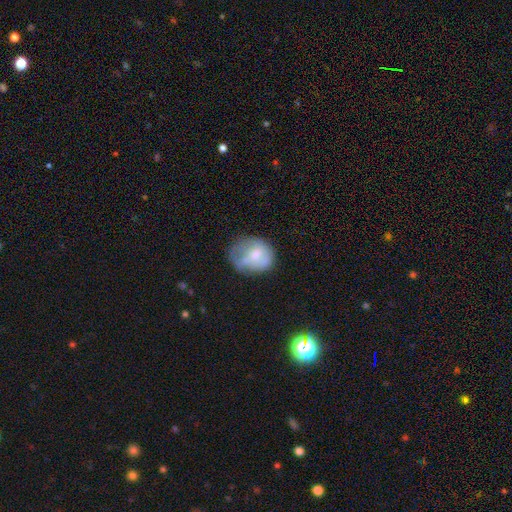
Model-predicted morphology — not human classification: smooth_or_featured: smooth (p=0.58) [alt: featured or disk p=0.33]
how_rounded: round (p=0.55) [alt: in between p=0.44]
merging: none (p=0.42) [alt: minor disturbance p=0.31]